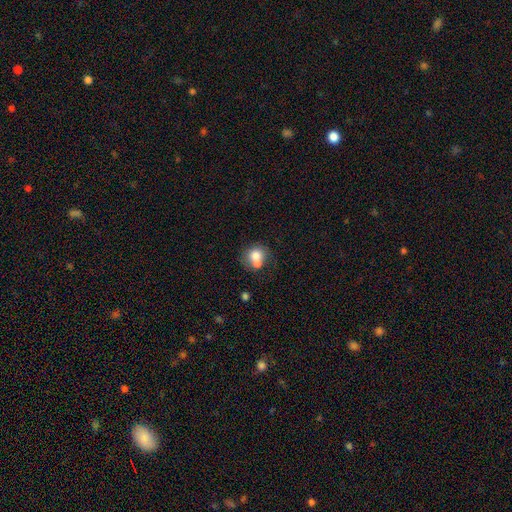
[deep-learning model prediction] Smooth or featured? smooth (73%)
How rounded? round (76%)
Merging? merger (48%)